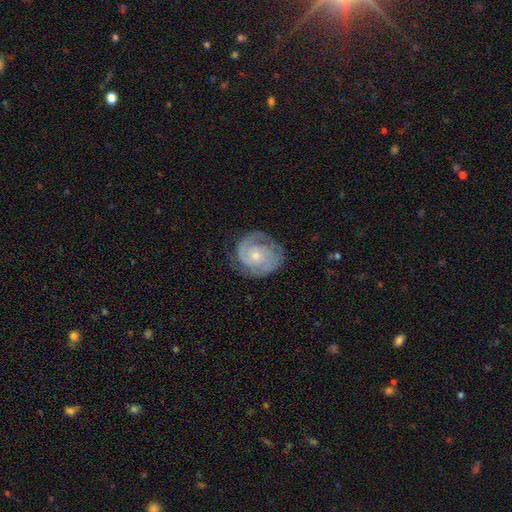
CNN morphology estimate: A featured or disk galaxy (81%) with no bar (72%), 2 (55%) tight (64%) spiral arms (95%) and a small central bulge (51%).

Vote fractions:
- Smooth or featured? featured or disk: 81% / smooth: 13% / star or artifact: 5%
- Edge-on disk? no: 98% / yes: 2%
- Bar? no: 72% / weak: 25% / strong: 4%
- Spiral arms? yes: 95% / no: 5%
- Spiral winding? tight: 64% / medium: 29% / loose: 7%
- Spiral arm count? 2: 55% / can't tell: 19% / 3: 12% / 1: 9% / 4: 3% / more than 4: 3%
- Bulge size? small: 51% / moderate: 43% / none: 3% / large: 2% / dominant: 1%
- Merging? none: 72% / minor disturbance: 19% / major disturbance: 7% / merger: 1%